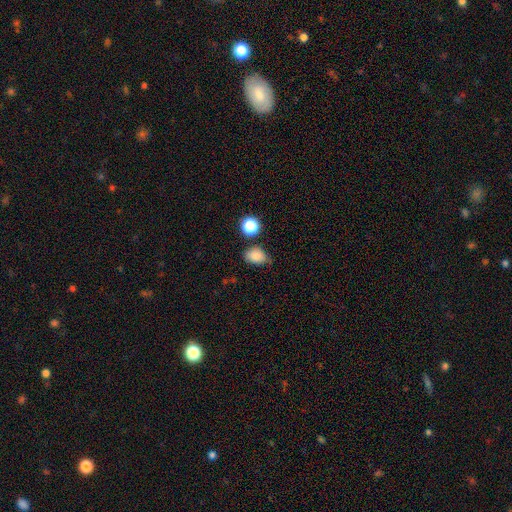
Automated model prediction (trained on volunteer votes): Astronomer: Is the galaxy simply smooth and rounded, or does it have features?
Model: smooth — 83%.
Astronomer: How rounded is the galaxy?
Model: in between — 69%.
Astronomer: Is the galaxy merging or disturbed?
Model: none — 65%.